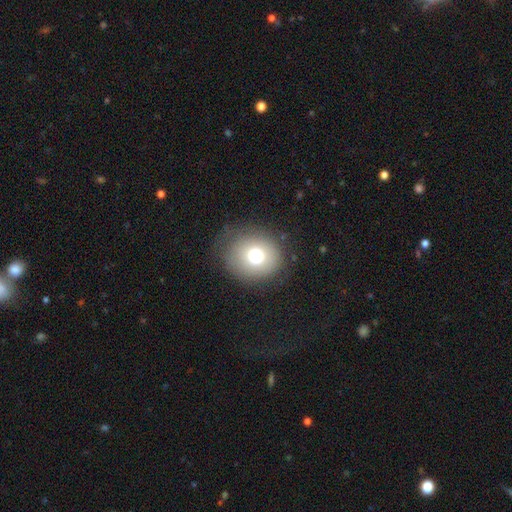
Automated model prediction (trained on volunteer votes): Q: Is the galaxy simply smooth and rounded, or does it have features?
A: smooth — 68%.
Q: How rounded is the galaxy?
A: round — 84%.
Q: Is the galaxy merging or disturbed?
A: none — 75%.